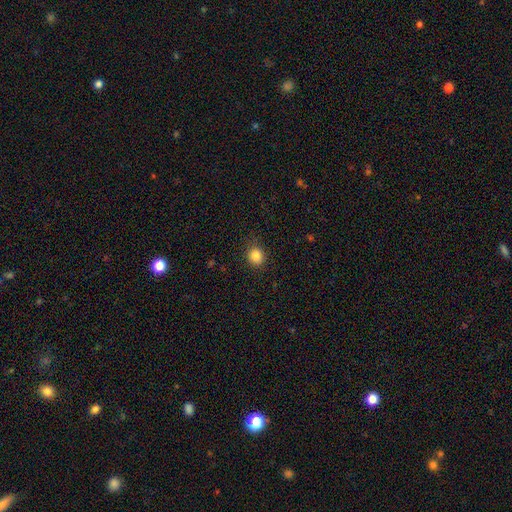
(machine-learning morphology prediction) This appears to be a smooth galaxy with no disk features (85%) that is round (83%). Merging: none (86%).